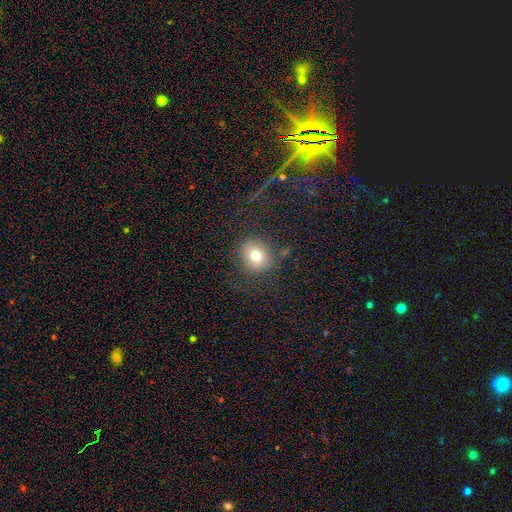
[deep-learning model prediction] Smooth or featured? smooth (74%)
How rounded? round (82%)
Merging? none (80%)